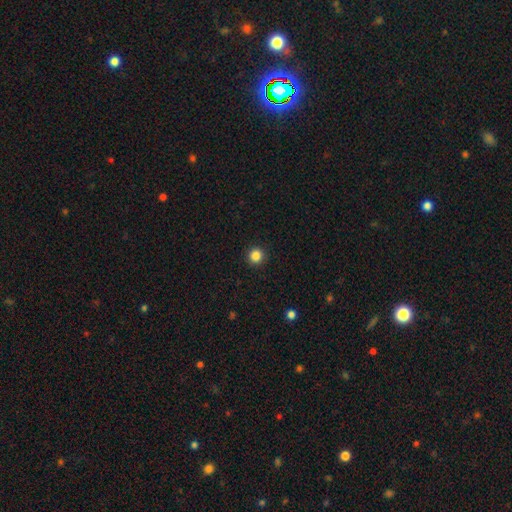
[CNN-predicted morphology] This is clearly a smooth galaxy (86%). How rounded: clearly round (95%). Merging: clearly none (93%).